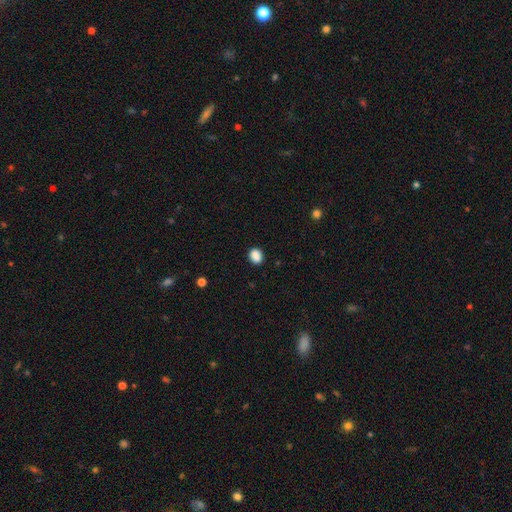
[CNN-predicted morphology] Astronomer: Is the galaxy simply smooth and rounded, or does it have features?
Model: smooth — 89%.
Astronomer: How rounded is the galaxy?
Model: in between — 52% (runner-up: round, 47%).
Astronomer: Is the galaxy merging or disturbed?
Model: none — 88%.